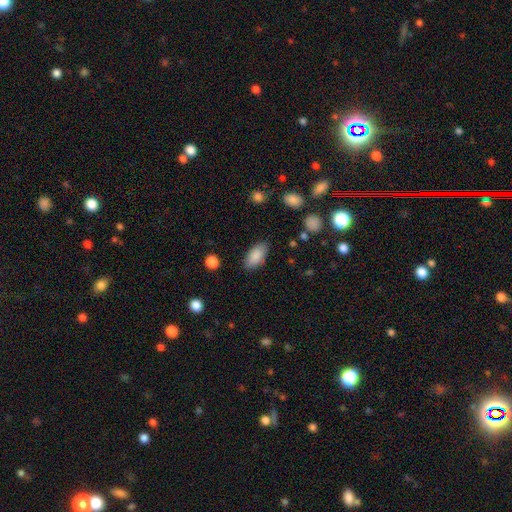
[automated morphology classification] Smooth or featured: smooth — 87% (star or artifact — 7%)
How rounded: in between — 92% (cigar-shaped — 6%)
Merging: none — 84% (minor disturbance — 11%)